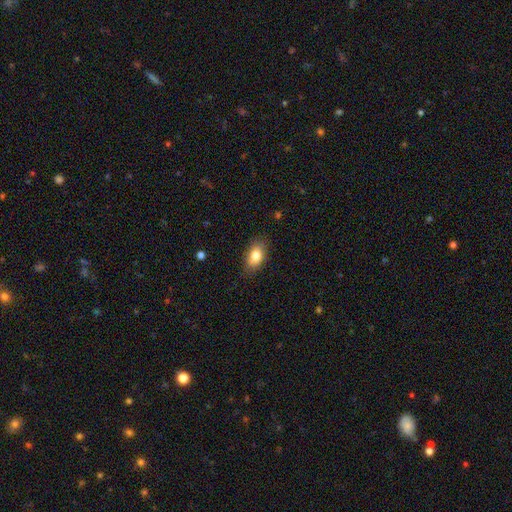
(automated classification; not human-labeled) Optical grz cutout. It shows a smooth galaxy with no disk features (81%) that is in between round and cigar-shaped (88%). Merging: none (81%).